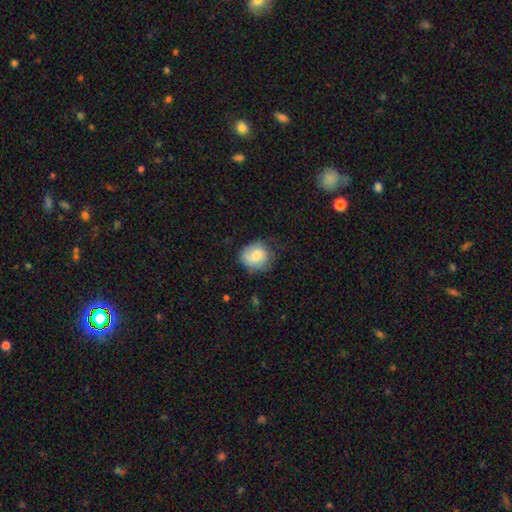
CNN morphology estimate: type=smooth (75%); roundness=round (77%); merging=none (63%).